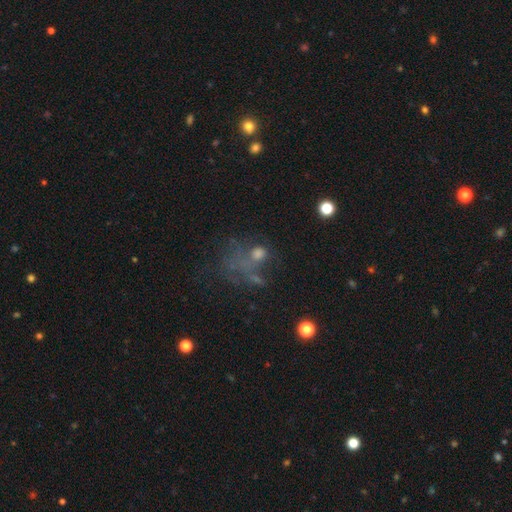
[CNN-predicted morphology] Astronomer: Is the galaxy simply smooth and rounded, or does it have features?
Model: smooth — 40% (runner-up: featured or disk, 33%).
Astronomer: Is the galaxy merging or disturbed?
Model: major disturbance — 40% (runner-up: none, 32%).